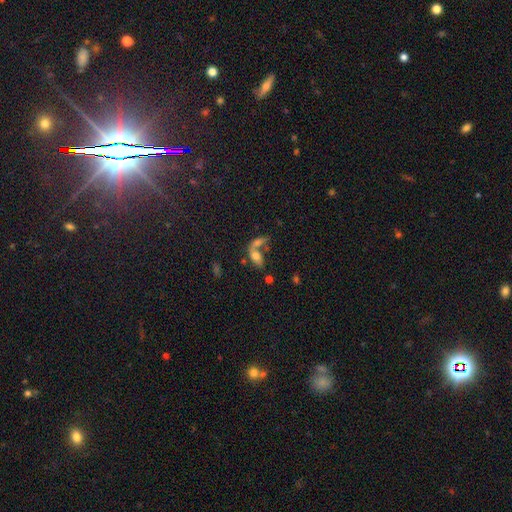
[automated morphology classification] type=smooth (61%); roundness=in between (80%); merging=merger (58%).